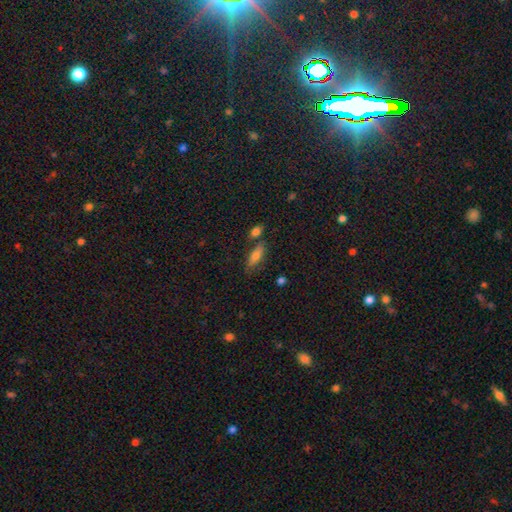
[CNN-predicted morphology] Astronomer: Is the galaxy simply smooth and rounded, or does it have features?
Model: smooth — 71%.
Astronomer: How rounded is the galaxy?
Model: in between — 65%.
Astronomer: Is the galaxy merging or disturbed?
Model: none — 67%.